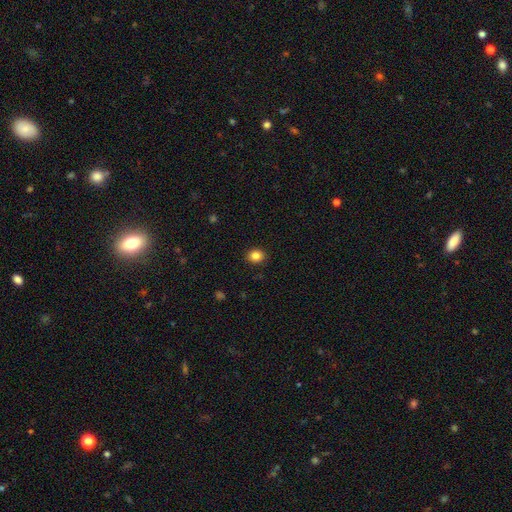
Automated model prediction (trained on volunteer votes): Smooth or featured?
  - smooth: 84% *
  - star or artifact: 11%
  - featured or disk: 5%
How rounded?
  - round: 64% *
  - in between: 35%
  - cigar-shaped: 1%
Merging?
  - none: 90% *
  - minor disturbance: 7%
  - major disturbance: 2%
  - merger: 1%